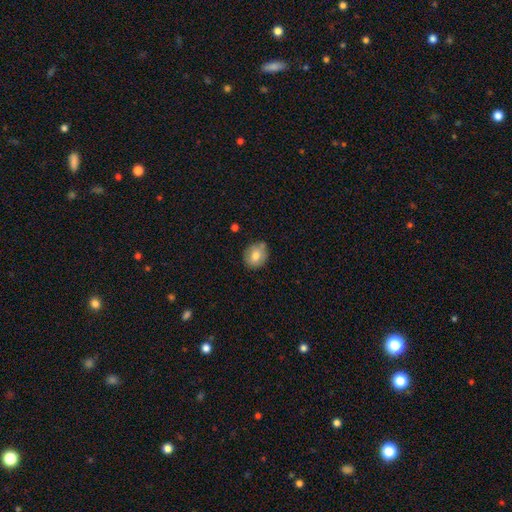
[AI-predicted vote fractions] Q: Smooth or featured?
A: smooth (75%); runner-up: featured or disk (17%)
Q: How rounded?
A: round (66%); runner-up: in between (33%)
Q: Merging?
A: none (73%); runner-up: minor disturbance (20%)